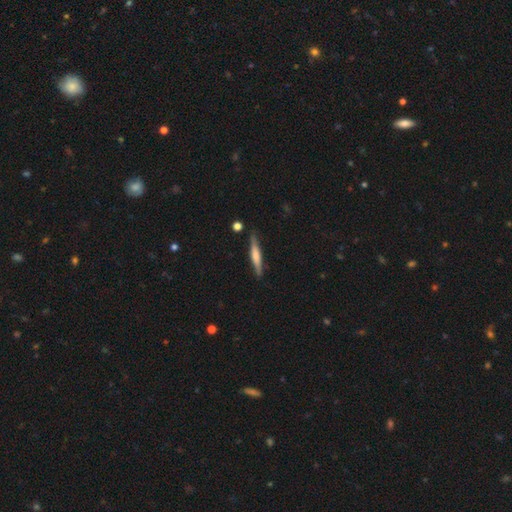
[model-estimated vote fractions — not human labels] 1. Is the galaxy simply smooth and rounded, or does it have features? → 47% featured or disk (tied), 47% smooth (tied), 6% star or artifact.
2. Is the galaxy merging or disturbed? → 85% none, 11% minor disturbance, 2% merger, 2% major disturbance.